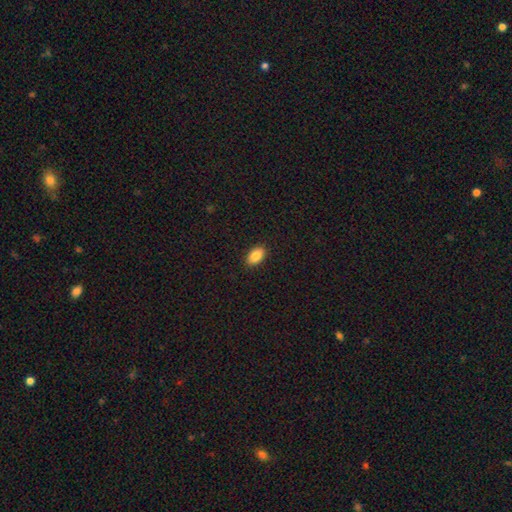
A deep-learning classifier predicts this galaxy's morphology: Smooth or featured?
  - smooth: 86% *
  - star or artifact: 8%
  - featured or disk: 6%
How rounded?
  - in between: 92% *
  - round: 6%
  - cigar-shaped: 2%
Merging?
  - none: 90% *
  - minor disturbance: 7%
  - major disturbance: 2%
  - merger: 1%